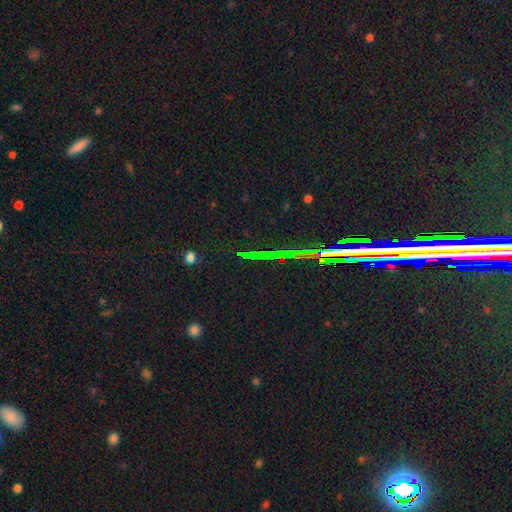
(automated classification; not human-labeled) Smooth or featured? star or artifact (77%)